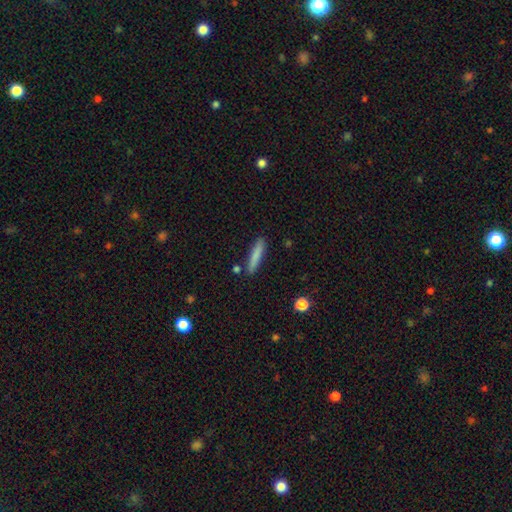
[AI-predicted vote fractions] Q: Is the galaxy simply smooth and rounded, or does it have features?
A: smooth — 81%.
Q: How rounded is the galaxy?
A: cigar-shaped — 89%.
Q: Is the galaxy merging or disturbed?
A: none — 83%.